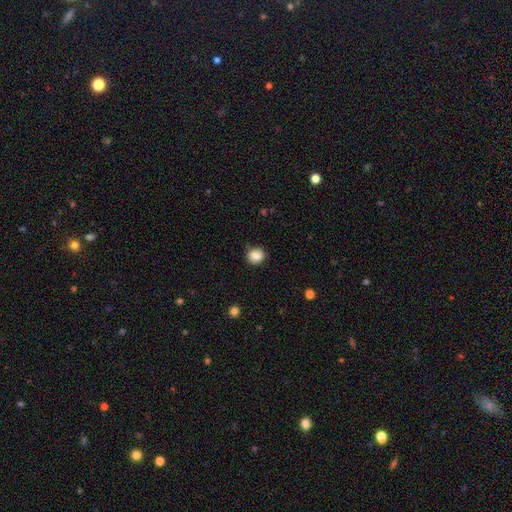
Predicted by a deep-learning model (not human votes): Morphology: type=smooth (87%); roundness=round (83%); merging=none (84%).